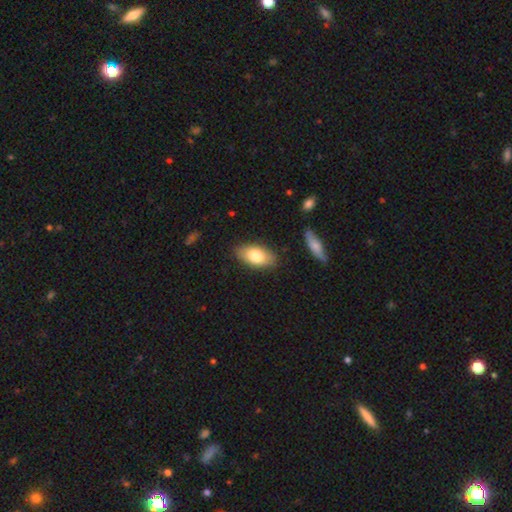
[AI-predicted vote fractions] Morphology: type=smooth (78%); roundness=in between (92%); merging=none (84%).